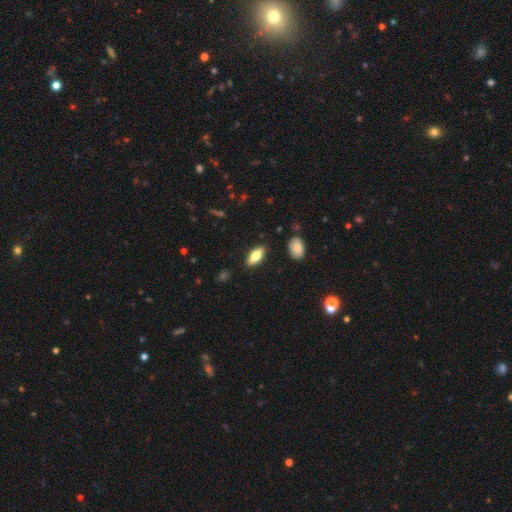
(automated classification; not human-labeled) Morphology: type=smooth (65%); roundness=in between (78%); merging=none (88%).